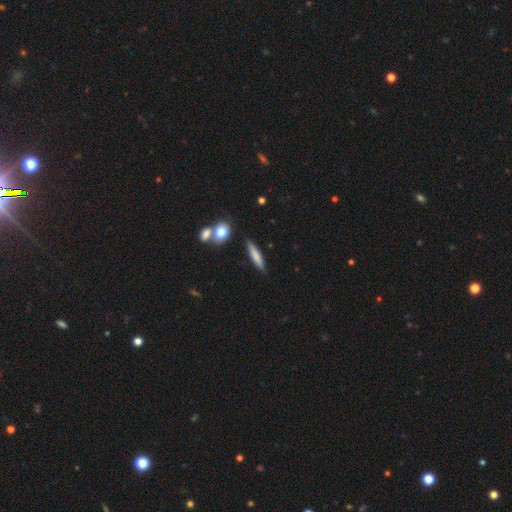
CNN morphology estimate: This appears to be a smooth galaxy with no disk features (76%) that is cigar-shaped (82%). Merging: none (82%).